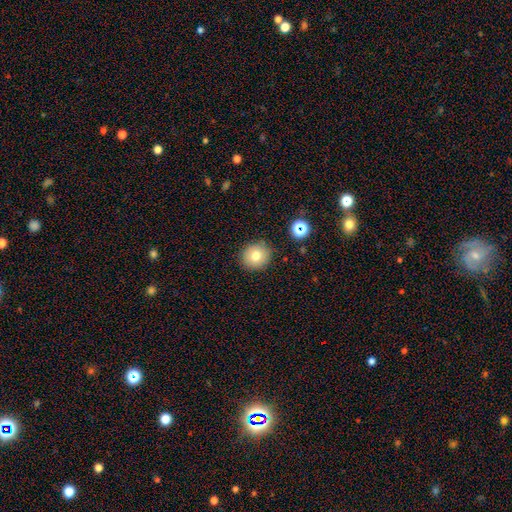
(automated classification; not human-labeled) Smooth or featured?
  - smooth: 75% *
  - star or artifact: 12%
  - featured or disk: 12%
How rounded?
  - round: 85% *
  - in between: 14%
  - cigar-shaped: 1%
Merging?
  - none: 87% *
  - minor disturbance: 8%
  - major disturbance: 2%
  - merger: 2%